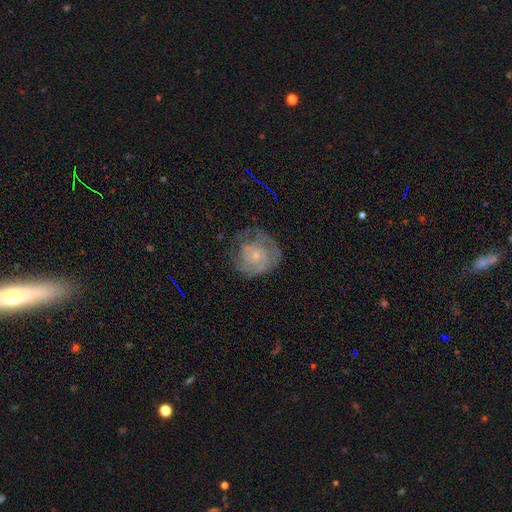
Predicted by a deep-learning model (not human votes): Q: Smooth or featured?
A: featured or disk (62%); runner-up: smooth (30%)
Q: Edge-on disk?
A: no (98%); runner-up: yes (2%)
Q: Bar?
A: no (81%); runner-up: weak (17%)
Q: Spiral arms?
A: yes (71%); runner-up: no (29%)
Q: Bulge size?
A: small (74%); runner-up: moderate (17%)
Q: Merging?
A: none (55%); runner-up: minor disturbance (24%)